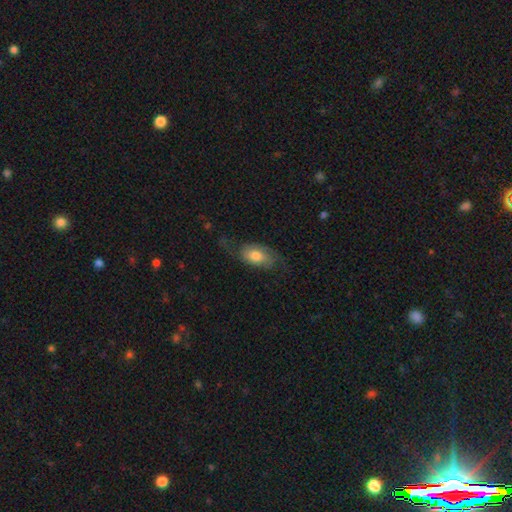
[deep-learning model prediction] Smooth or featured? Predicted: smooth (p=0.50). How rounded? Predicted: in between (p=0.88). Merging? Predicted: none (p=0.51).